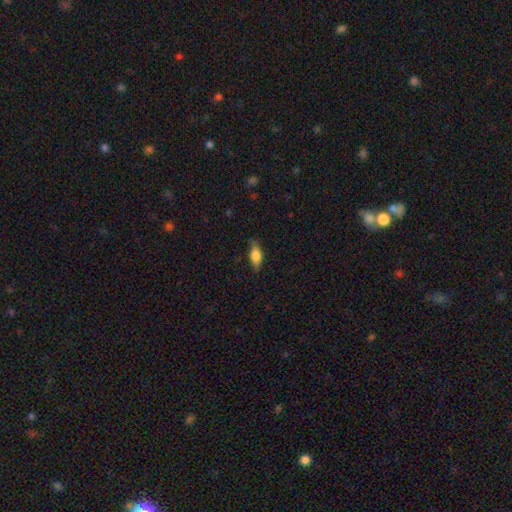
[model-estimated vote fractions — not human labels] Q: Smooth or featured?
A: smooth (68%); runner-up: featured or disk (24%)
Q: How rounded?
A: in between (75%); runner-up: cigar-shaped (20%)
Q: Merging?
A: none (78%); runner-up: minor disturbance (18%)